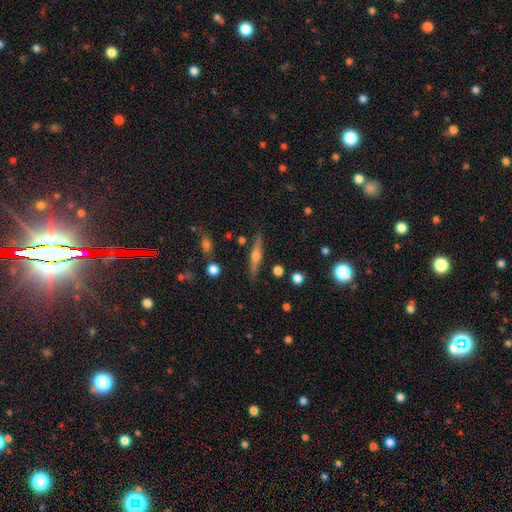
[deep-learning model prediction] Overall: featured or disk (60%; smooth 33%). Edge-on disk: yes (96%). Edge-on bulge: rounded (89%). Merging: none (86%).